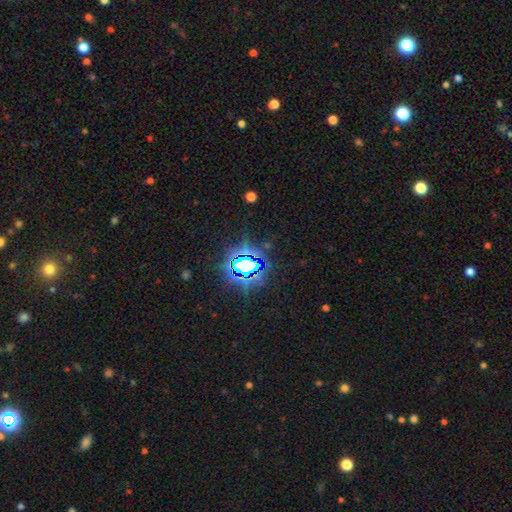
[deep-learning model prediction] Q: Smooth or featured?
A: star or artifact (84%); runner-up: smooth (10%)